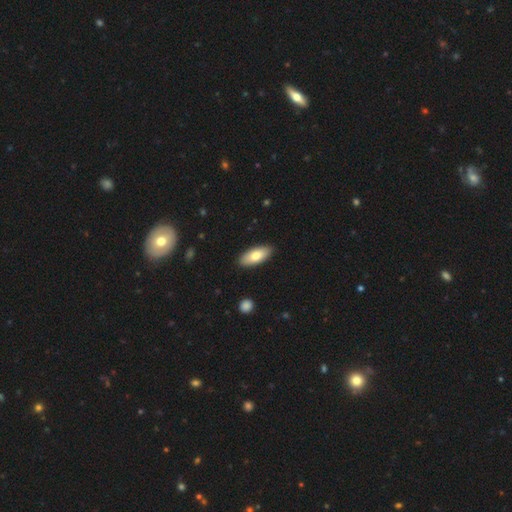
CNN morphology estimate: Smooth or featured? Predicted: smooth (p=0.77). How rounded? Predicted: in between (p=0.83). Merging? Predicted: none (p=0.89).